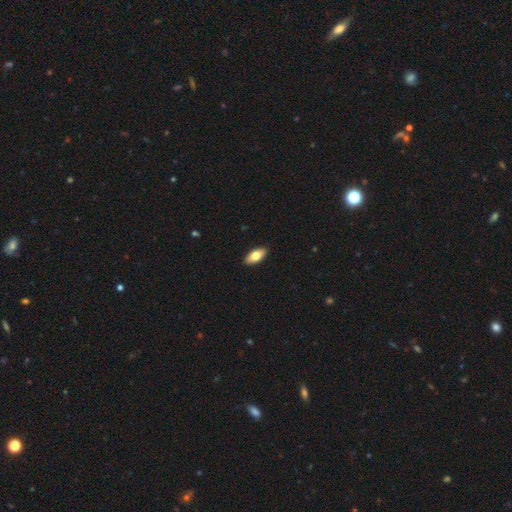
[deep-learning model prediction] This appears to be a smooth galaxy with no disk features (75%) that is in between round and cigar-shaped (88%). Merging: none (91%).